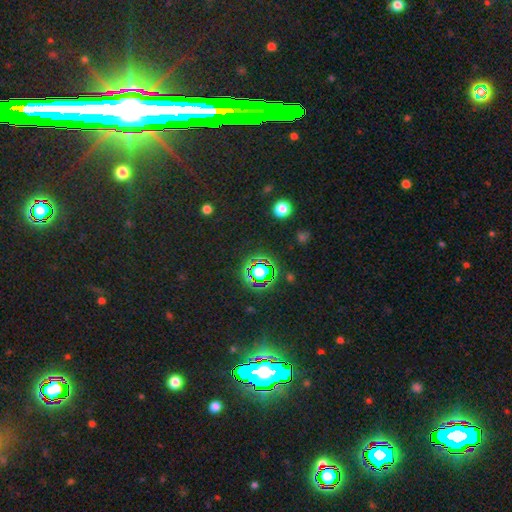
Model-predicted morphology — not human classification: star or artifact 81%, featured or disk 10%, smooth 10%.